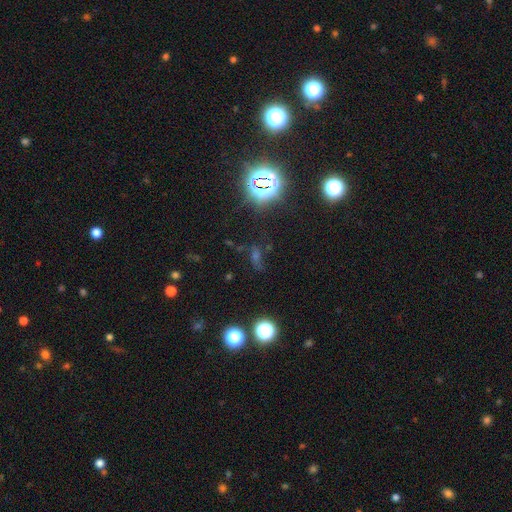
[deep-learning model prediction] smooth_or_featured: star or artifact (p=0.55) [alt: smooth p=0.27]